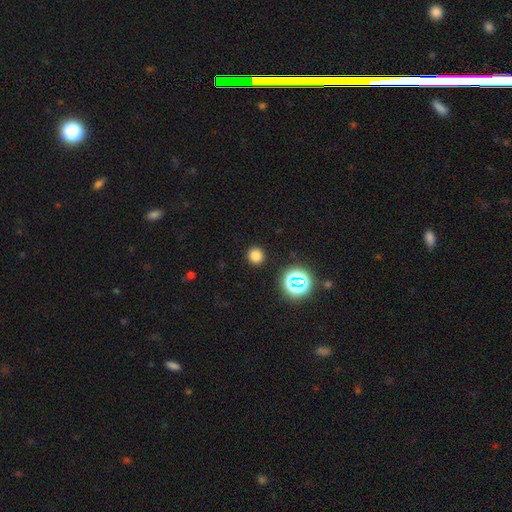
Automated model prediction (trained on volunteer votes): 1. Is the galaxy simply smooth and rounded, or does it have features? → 76% smooth, 19% star or artifact, 5% featured or disk.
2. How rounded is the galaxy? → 92% round, 7% in between, 1% cigar-shaped.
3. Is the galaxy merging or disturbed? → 91% none, 5% minor disturbance, 2% major disturbance, 1% merger.